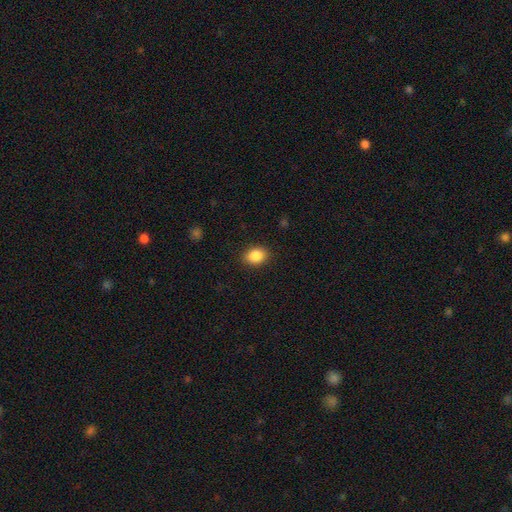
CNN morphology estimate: smooth-or-featured: smooth: 87% | star or artifact: 9% | featured or disk: 4%
  how-rounded: in between: 64% | round: 35% | cigar-shaped: 1%
  merging: none: 89% | minor disturbance: 8% | major disturbance: 2% | merger: 1%